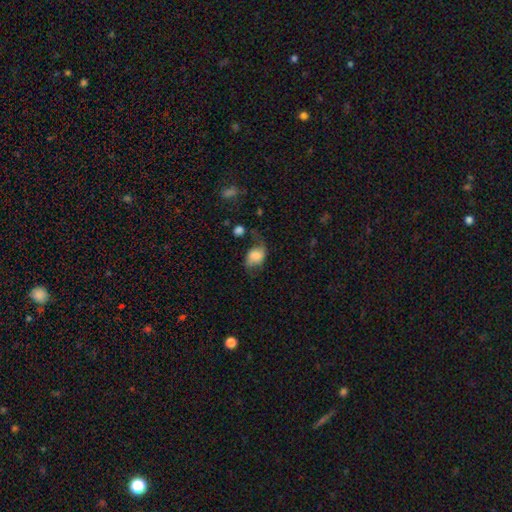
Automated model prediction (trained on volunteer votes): smooth_or_featured: smooth (p=0.66) [alt: featured or disk p=0.25]
how_rounded: in between (p=0.77) [alt: round p=0.22]
merging: none (p=0.37) [alt: minor disturbance p=0.30]